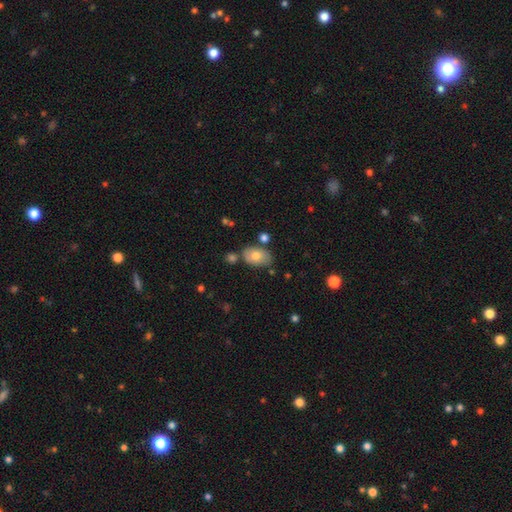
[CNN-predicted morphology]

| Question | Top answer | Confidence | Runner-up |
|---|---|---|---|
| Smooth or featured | smooth | 74% | featured or disk (18%) |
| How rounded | in between | 90% | round (9%) |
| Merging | none | 70% | minor disturbance (17%) |